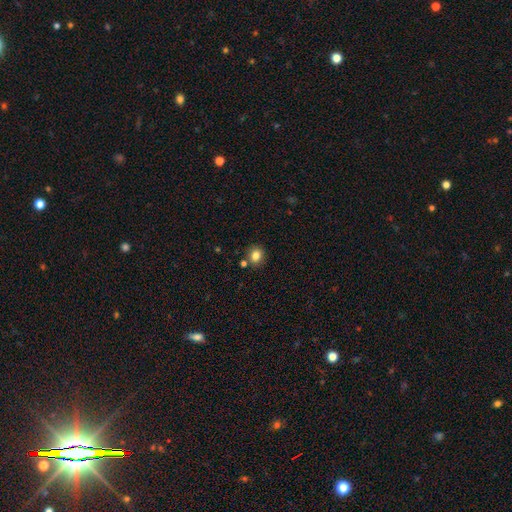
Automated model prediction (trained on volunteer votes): smooth 82%, star or artifact 11%, featured or disk 6%. Down the decision tree: how rounded — round (75%); merging — none (80%).